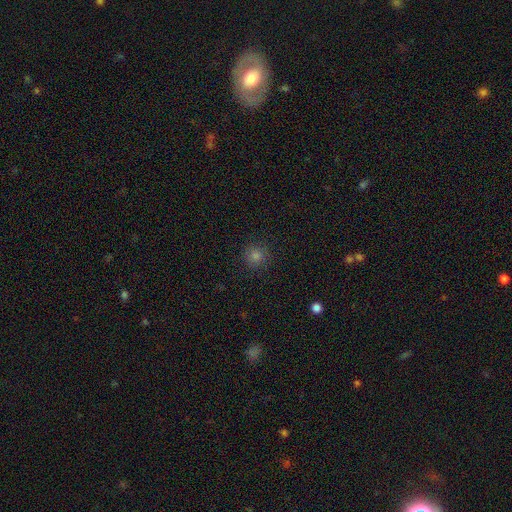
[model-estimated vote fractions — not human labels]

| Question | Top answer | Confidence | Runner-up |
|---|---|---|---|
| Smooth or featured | smooth | 75% | star or artifact (19%) |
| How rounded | round | 94% | in between (5%) |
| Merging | none | 90% | minor disturbance (7%) |